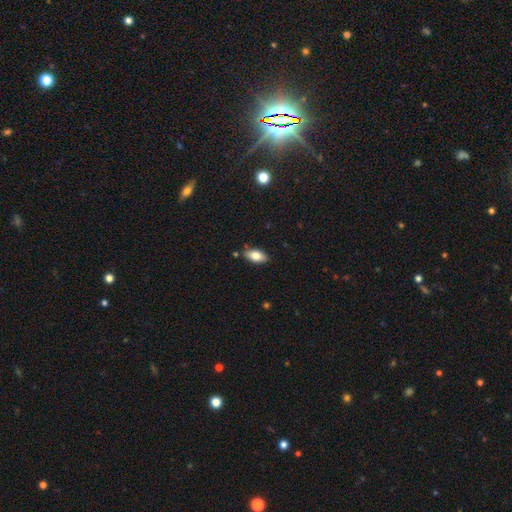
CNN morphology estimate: A smooth galaxy with no disk features (78%) that is in between round and cigar-shaped (90%). Merging: none (82%).